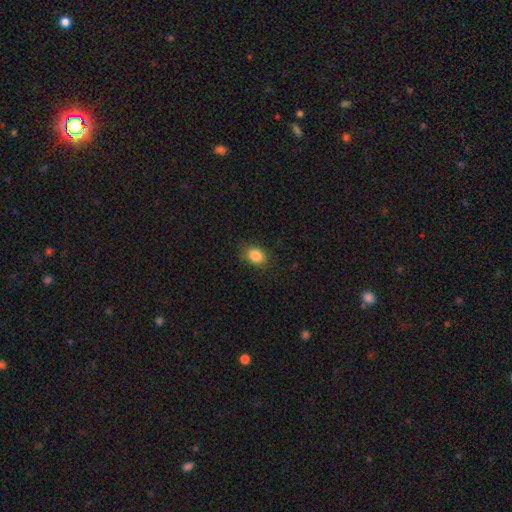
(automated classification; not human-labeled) Overall: smooth (85%). How rounded: in between (63%; round 36%). Merging: none (84%).